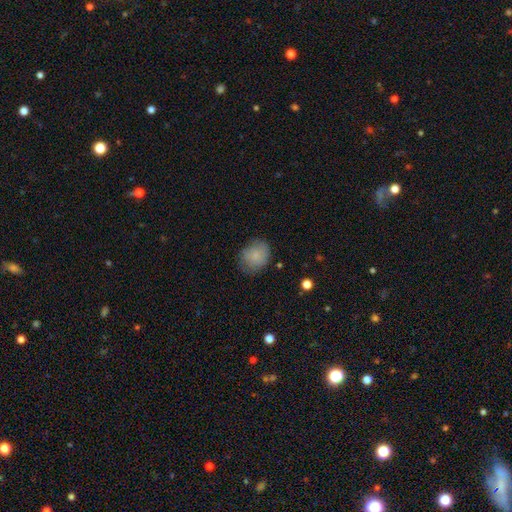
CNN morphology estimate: A smooth galaxy with no disk features (80%) that is round (59%).

Vote fractions:
- Smooth or featured? smooth: 80% / featured or disk: 13% / star or artifact: 8%
- How rounded? round: 59% / in between: 40% / cigar-shaped: 1%
- Merging? none: 70% / minor disturbance: 23% / major disturbance: 6% / merger: 1%